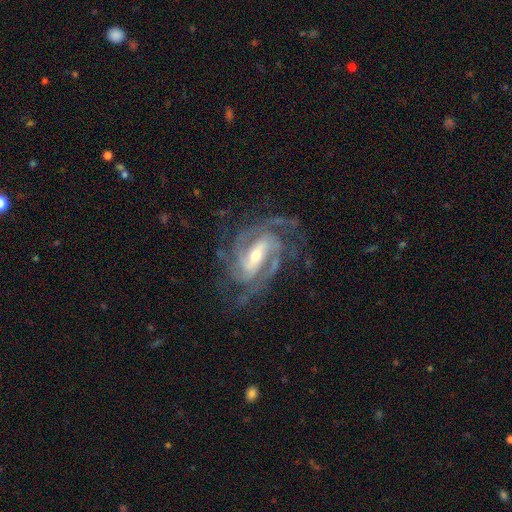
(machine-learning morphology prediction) featured or disk 92%, star or artifact 5%, smooth 4%. Down the decision tree: edge-on disk — no (97%); bar — strong (49%); spiral arms — yes (98%); spiral arm count — 3 (34%); spiral winding — tight (48%); bulge size — moderate (51%); merging — none (70%).